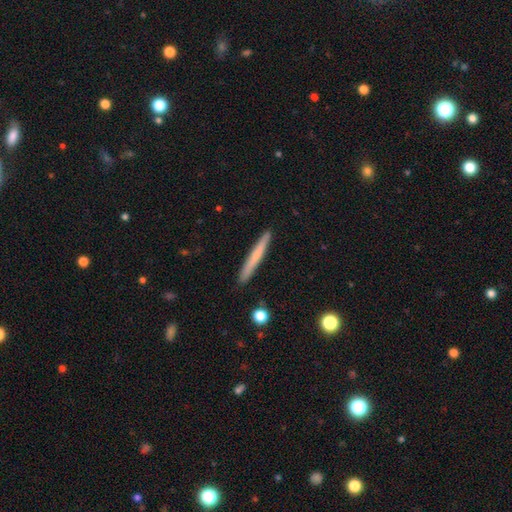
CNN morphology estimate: smooth-or-featured: smooth: 63% | featured or disk: 31% | star or artifact: 6%
  how-rounded: cigar-shaped: 97% | in between: 2% | round: 1%
  merging: none: 91% | minor disturbance: 6% | major disturbance: 1% | merger: 1%